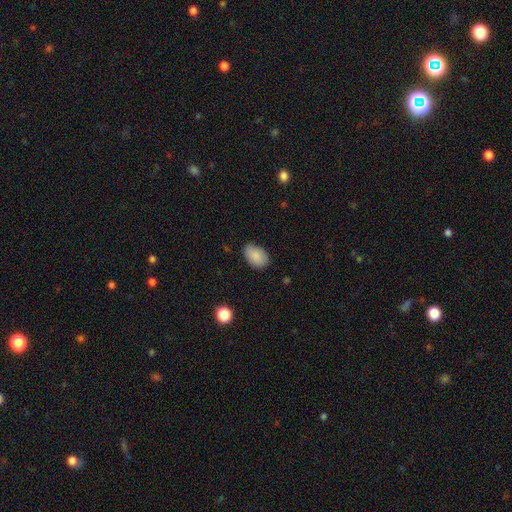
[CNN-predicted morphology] smooth_or_featured: smooth (p=0.87) [alt: star or artifact p=0.07]
how_rounded: in between (p=0.87) [alt: round p=0.12]
merging: none (p=0.73) [alt: minor disturbance p=0.22]